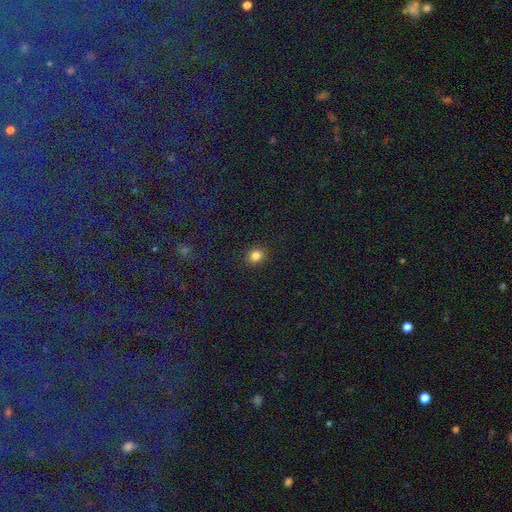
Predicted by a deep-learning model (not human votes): Smooth or featured? smooth (83%)
How rounded? round (71%)
Merging? none (90%)